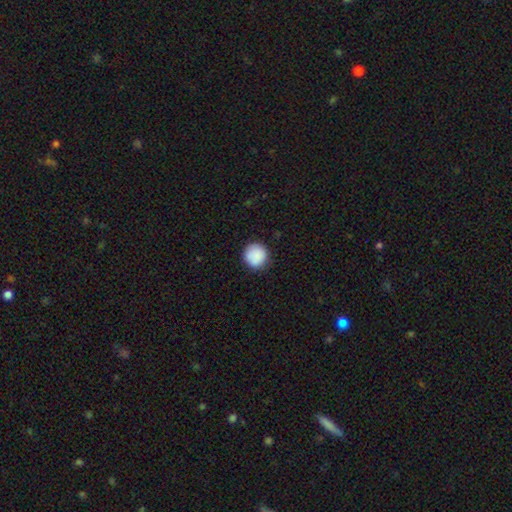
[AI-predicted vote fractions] A smooth galaxy with no disk features (89%) that is round (94%).

Vote fractions:
- Smooth or featured? smooth: 89% / star or artifact: 8% / featured or disk: 4%
- How rounded? round: 94% / in between: 5% / cigar-shaped: 1%
- Merging? none: 87% / minor disturbance: 9% / major disturbance: 2% / merger: 1%